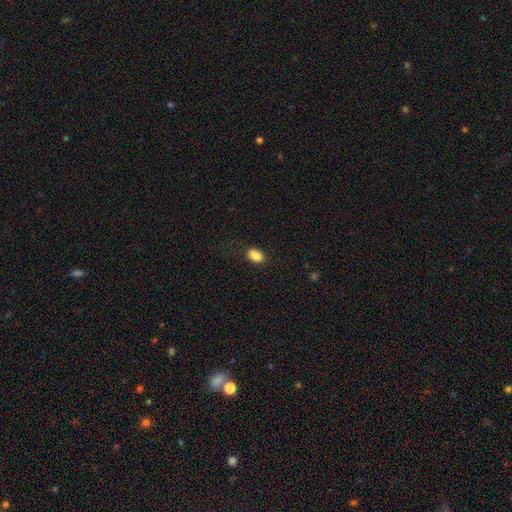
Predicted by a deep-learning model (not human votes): Smooth or featured?
  - smooth: 86% *
  - star or artifact: 9%
  - featured or disk: 5%
How rounded?
  - in between: 86% *
  - round: 12%
  - cigar-shaped: 2%
Merging?
  - none: 79% *
  - minor disturbance: 15%
  - major disturbance: 4%
  - merger: 1%